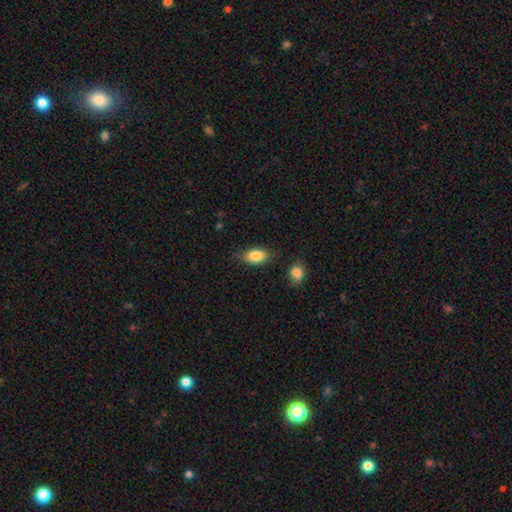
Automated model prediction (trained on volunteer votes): smooth_or_featured: smooth (p=0.86) [alt: star or artifact p=0.07]
how_rounded: in between (p=0.90) [alt: round p=0.06]
merging: none (p=0.75) [alt: minor disturbance p=0.17]